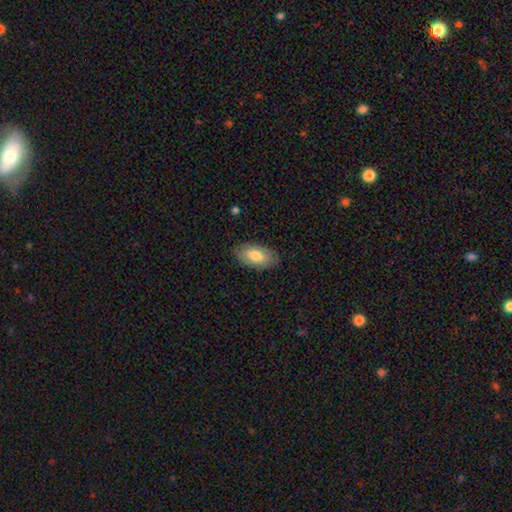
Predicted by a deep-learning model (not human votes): Q: Smooth or featured?
A: smooth (76%); runner-up: featured or disk (18%)
Q: How rounded?
A: in between (93%); runner-up: cigar-shaped (3%)
Q: Merging?
A: none (86%); runner-up: minor disturbance (11%)